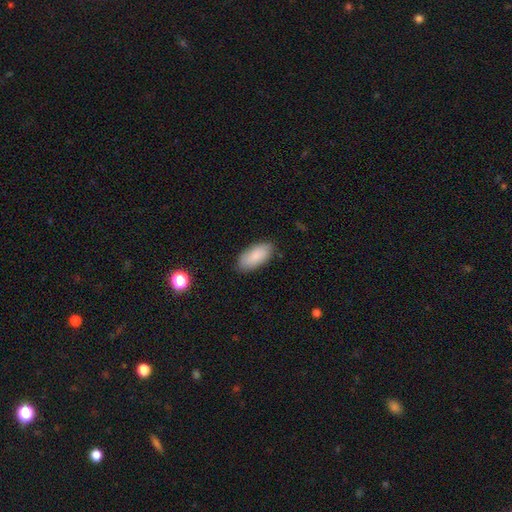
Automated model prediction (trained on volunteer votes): Overall: smooth (85%). How rounded: in between (92%). Merging: none (85%).